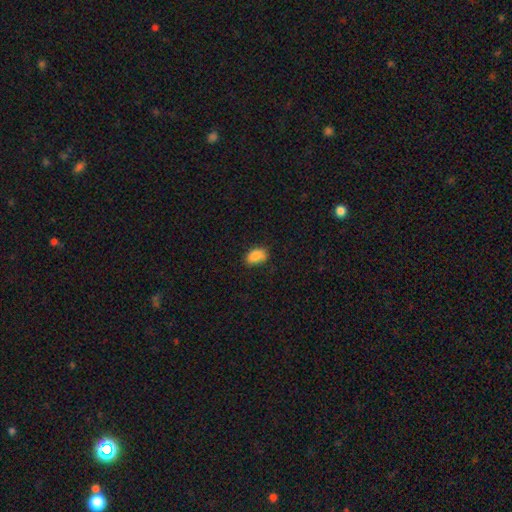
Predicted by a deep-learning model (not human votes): The model was most divided on "merging": none: 73%, minor disturbance: 22%, major disturbance: 4%, merger: 2%. More confident: smooth or featured — smooth (86%); how rounded — in between (86%).